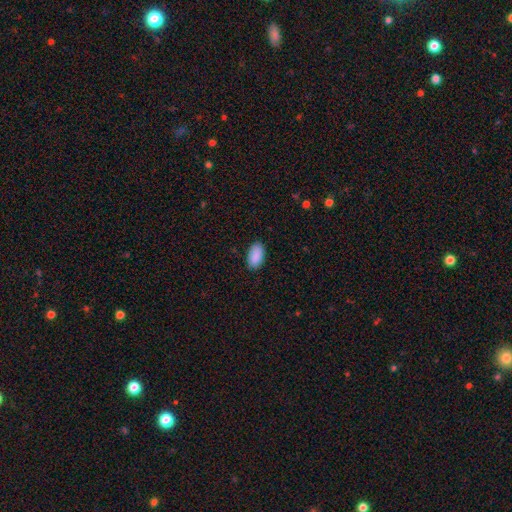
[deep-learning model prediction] This appears to be a smooth galaxy with no disk features (91%) that is in between round and cigar-shaped (95%). Merging: none (87%).